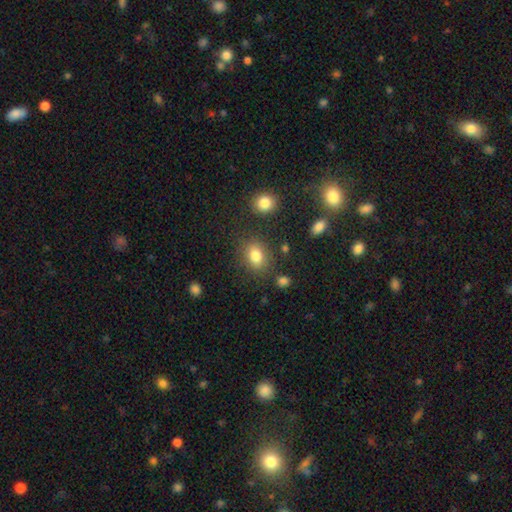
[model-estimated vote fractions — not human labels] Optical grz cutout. It shows a smooth galaxy with no disk features (82%) that is in between round and cigar-shaped (60%). Merging: none (80%).